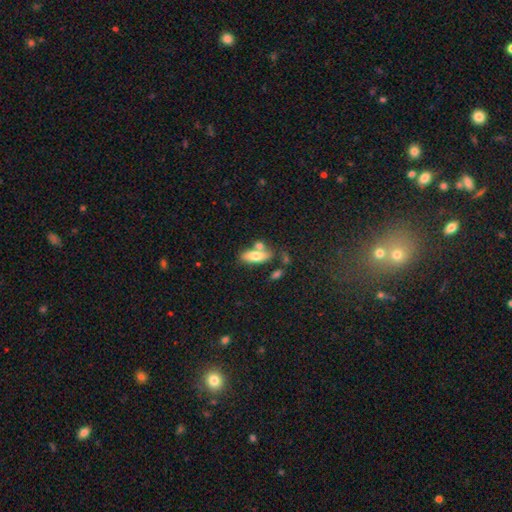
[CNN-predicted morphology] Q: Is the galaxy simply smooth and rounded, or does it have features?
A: smooth — 72%.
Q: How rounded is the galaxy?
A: in between — 75%.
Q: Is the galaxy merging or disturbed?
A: none — 57%.